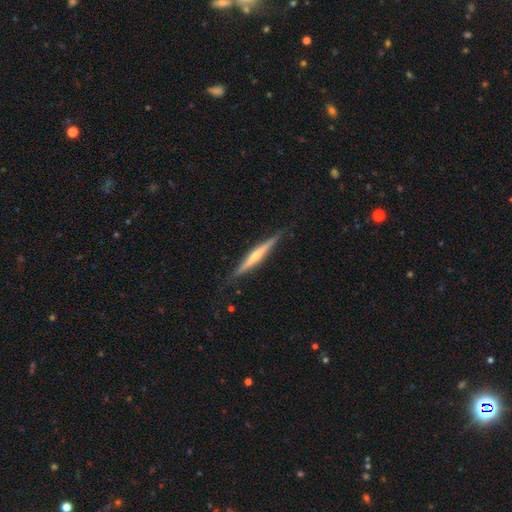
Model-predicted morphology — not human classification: smooth_or_featured: featured or disk (p=0.72) [alt: smooth p=0.23]
disk_edge_on: yes (p=0.97) [alt: no p=0.03]
edge_on_bulge: rounded (p=0.75) [alt: none p=0.19]
merging: none (p=0.86) [alt: minor disturbance p=0.11]